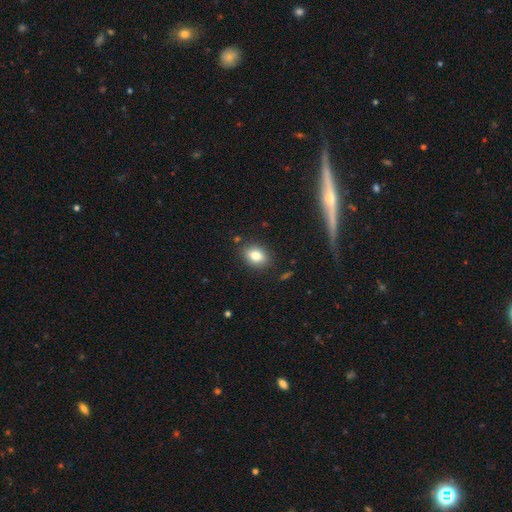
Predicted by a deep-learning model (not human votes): Smooth or featured?
  - smooth: 79% *
  - featured or disk: 11%
  - star or artifact: 10%
How rounded?
  - in between: 68% *
  - round: 31%
  - cigar-shaped: 2%
Merging?
  - none: 86% *
  - minor disturbance: 10%
  - major disturbance: 2%
  - merger: 2%